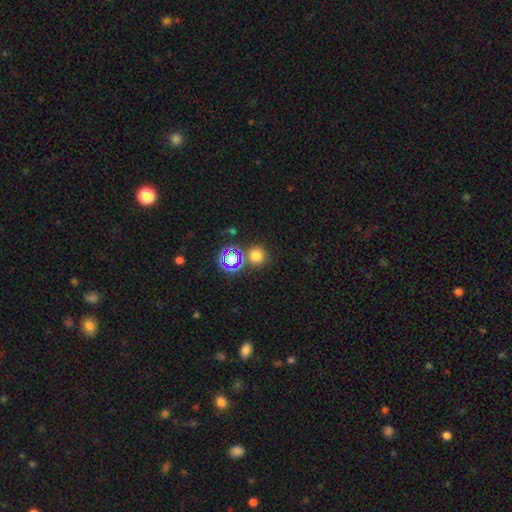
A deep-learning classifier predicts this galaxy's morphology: This appears to be a smooth galaxy with no disk features (69%) that is round (91%). Merging: none (74%).